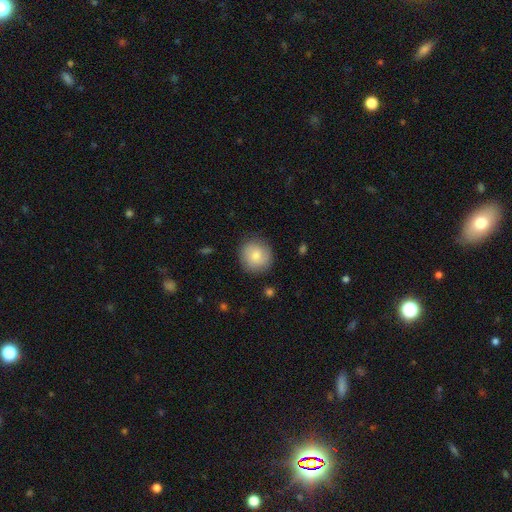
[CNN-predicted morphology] A smooth galaxy with no disk features (70%) that is round (91%). Merging: none (86%).